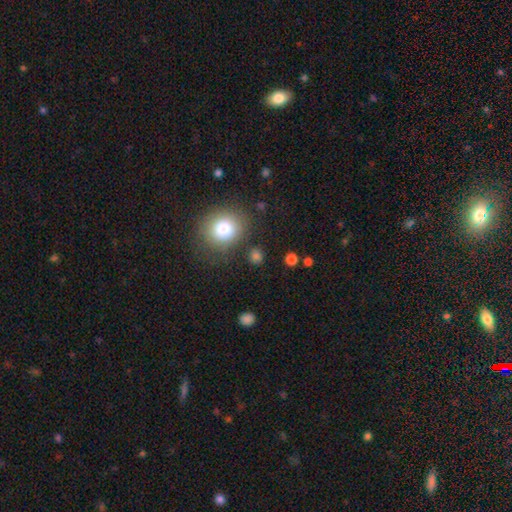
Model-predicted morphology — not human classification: The model was most divided on "smooth or featured": smooth: 77%, star or artifact: 16%, featured or disk: 7%. More confident: how rounded — round (82%); merging — none (81%).